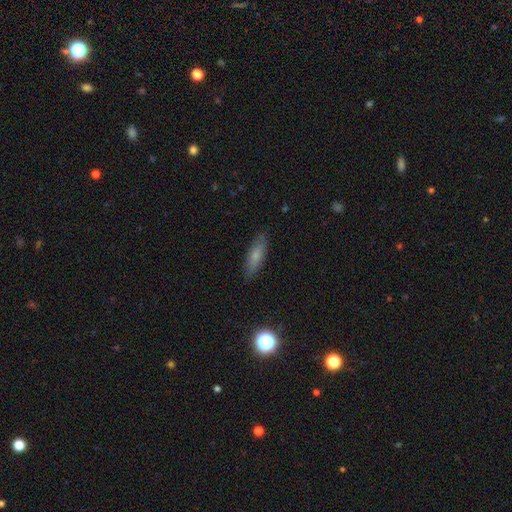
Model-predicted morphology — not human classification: Smooth or featured: smooth — 71% (featured or disk — 20%)
How rounded: cigar-shaped — 60% (in between — 37%)
Merging: none — 85% (minor disturbance — 11%)